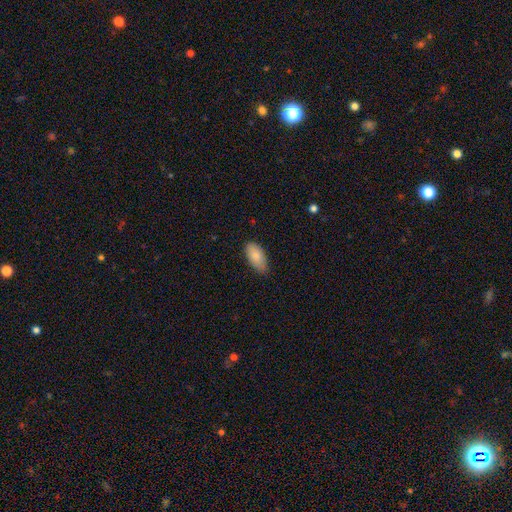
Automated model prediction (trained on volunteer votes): A smooth galaxy with no disk features (85%) that is in between round and cigar-shaped (92%). Merging: none (76%).